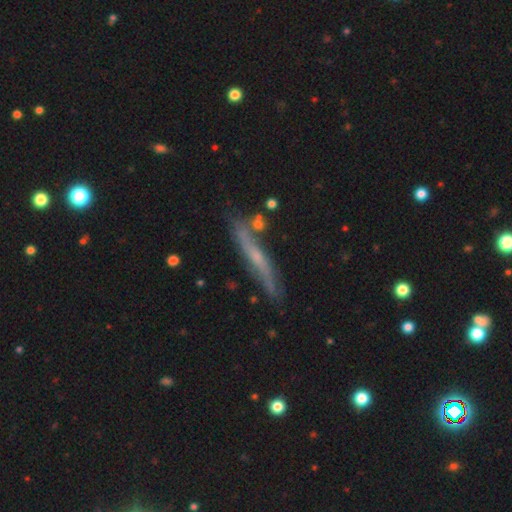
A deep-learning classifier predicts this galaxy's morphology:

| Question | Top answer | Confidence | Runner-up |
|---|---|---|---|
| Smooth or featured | featured or disk | 65% | smooth (27%) |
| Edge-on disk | yes | 87% | no (13%) |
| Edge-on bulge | rounded | 52% | none (41%) |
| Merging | none | 76% | minor disturbance (16%) |